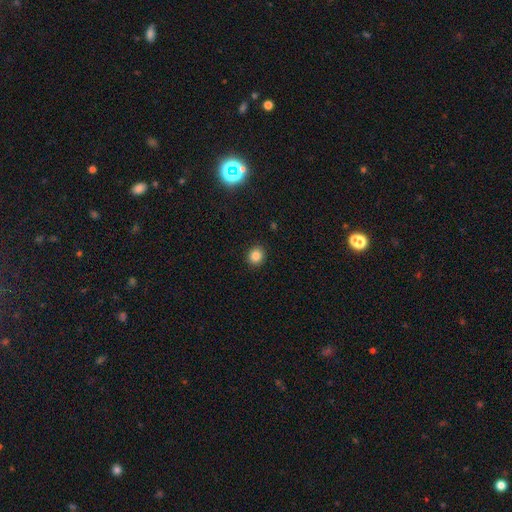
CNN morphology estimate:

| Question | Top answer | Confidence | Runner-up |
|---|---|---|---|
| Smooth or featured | smooth | 84% | star or artifact (11%) |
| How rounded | round | 79% | in between (21%) |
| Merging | none | 91% | minor disturbance (6%) |